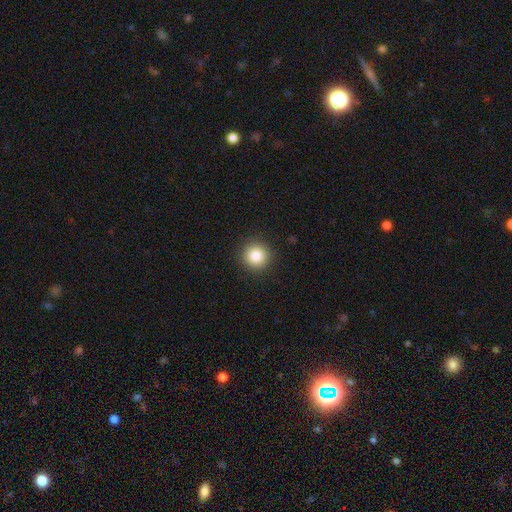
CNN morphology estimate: Smooth or featured? Predicted: smooth (p=0.86). How rounded? Predicted: round (p=0.94). Merging? Predicted: none (p=0.91).